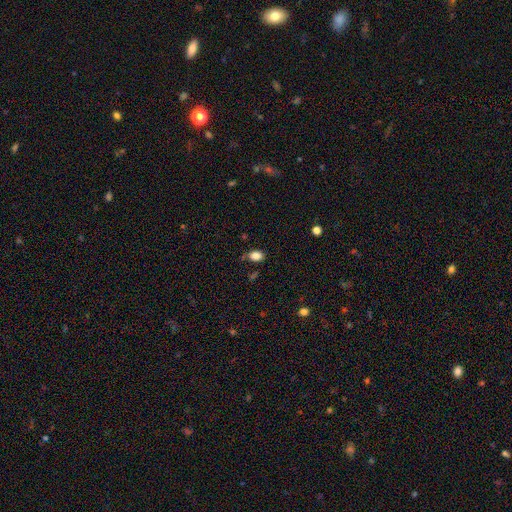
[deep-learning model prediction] Morphology: type=smooth (85%); roundness=in between (82%); merging=none (71%).